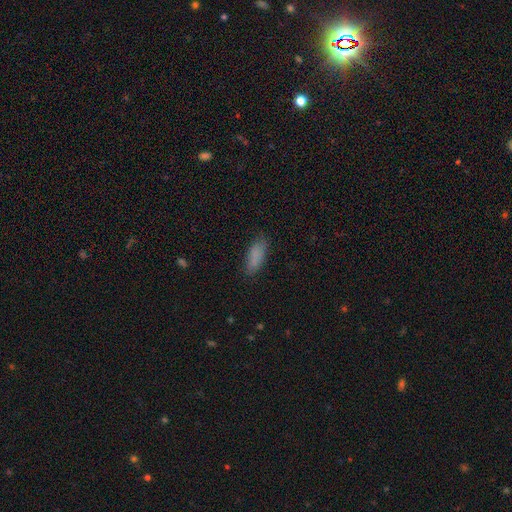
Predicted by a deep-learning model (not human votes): smooth_or_featured: smooth (p=0.86) [alt: star or artifact p=0.08]
how_rounded: in between (p=0.69) [alt: cigar-shaped p=0.29]
merging: none (p=0.81) [alt: minor disturbance p=0.15]